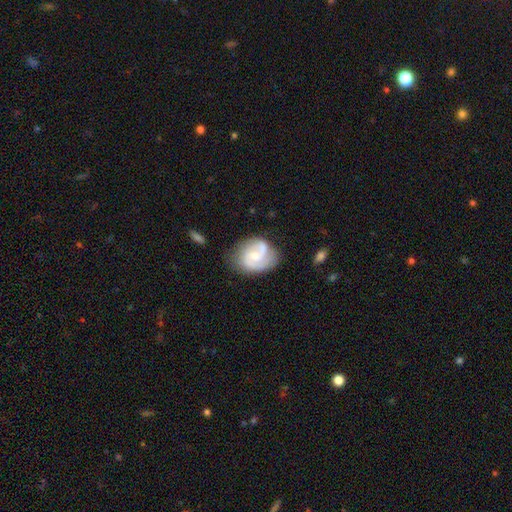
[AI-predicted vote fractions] A featured or disk galaxy (81%) with no bar (52%), 2 (77%) medium (48%) spiral arms (96%) and a small central bulge (52%).

Vote fractions:
- Smooth or featured? featured or disk: 81% / smooth: 14% / star or artifact: 5%
- Edge-on disk? no: 98% / yes: 2%
- Bar? no: 52% / weak: 42% / strong: 6%
- Spiral arms? yes: 96% / no: 4%
- Spiral winding? medium: 48% / tight: 35% / loose: 16%
- Spiral arm count? 2: 77% / 1: 7% / can't tell: 7% / 3: 6% / 4: 1% / more than 4: 1%
- Bulge size? small: 52% / moderate: 35% / none: 9% / large: 3% / dominant: 1%
- Merging? none: 68% / minor disturbance: 21% / major disturbance: 9% / merger: 3%